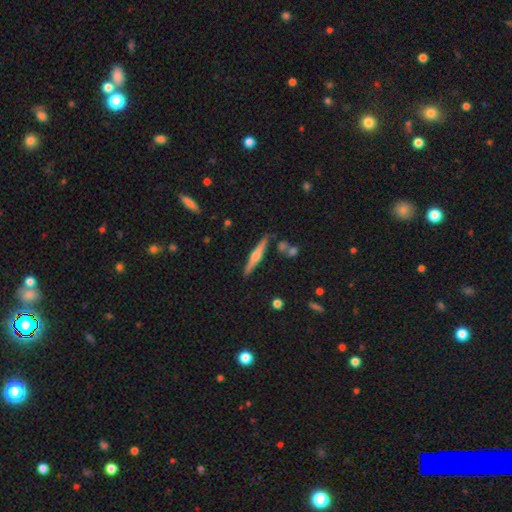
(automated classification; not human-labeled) A featured or disk galaxy (67%) viewed edge-on (98%) with a rounded central bulge (83%). Merging: none (86%).